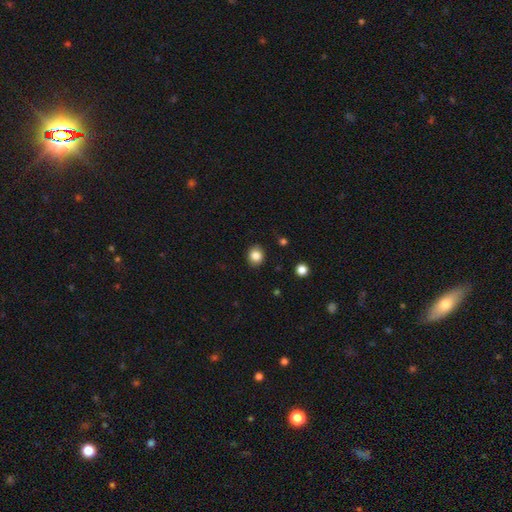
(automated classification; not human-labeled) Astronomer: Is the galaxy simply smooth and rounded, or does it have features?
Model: smooth — 85%.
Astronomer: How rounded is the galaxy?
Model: round — 70%.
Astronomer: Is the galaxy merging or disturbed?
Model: none — 88%.